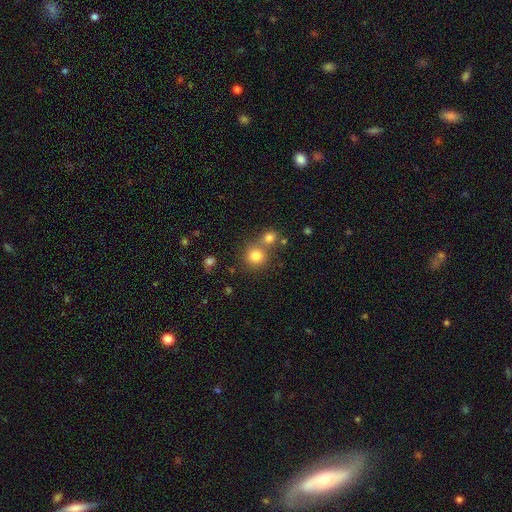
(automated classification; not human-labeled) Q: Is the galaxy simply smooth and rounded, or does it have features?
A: smooth — 80%.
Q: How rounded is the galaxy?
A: round — 90%.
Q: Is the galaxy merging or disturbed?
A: none — 59%.